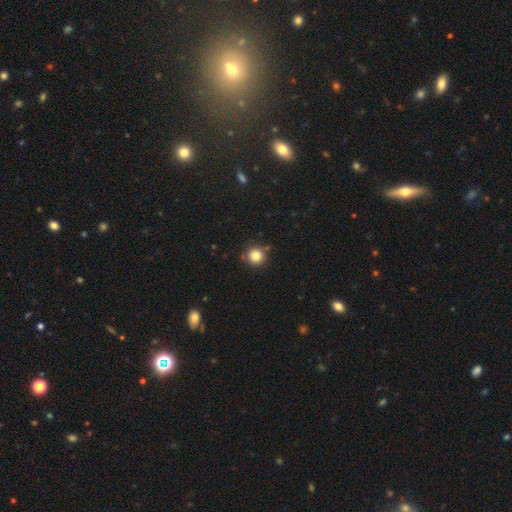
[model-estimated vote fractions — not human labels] Smooth or featured?
  - smooth: 82% *
  - star or artifact: 12%
  - featured or disk: 6%
How rounded?
  - round: 94% *
  - in between: 5%
  - cigar-shaped: 1%
Merging?
  - none: 84% *
  - minor disturbance: 10%
  - merger: 3%
  - major disturbance: 2%